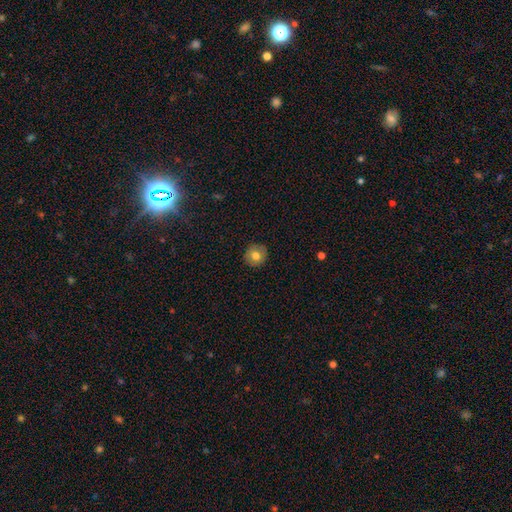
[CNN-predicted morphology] Smooth or featured?
  - smooth: 75% *
  - featured or disk: 16%
  - star or artifact: 9%
How rounded?
  - round: 92% *
  - in between: 7%
  - cigar-shaped: 1%
Merging?
  - none: 90% *
  - minor disturbance: 7%
  - major disturbance: 2%
  - merger: 1%